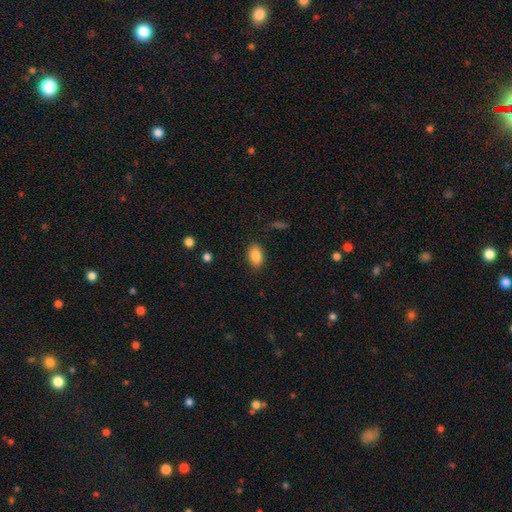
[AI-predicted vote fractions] This is clearly a smooth galaxy (85%). How rounded: clearly in between (89%). Merging: clearly none (86%).